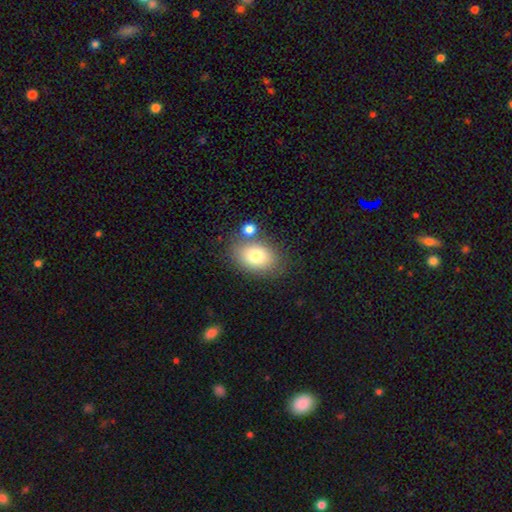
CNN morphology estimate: Q: Smooth or featured?
A: smooth (78%); runner-up: featured or disk (13%)
Q: How rounded?
A: in between (80%); runner-up: round (18%)
Q: Merging?
A: none (67%); runner-up: merger (15%)